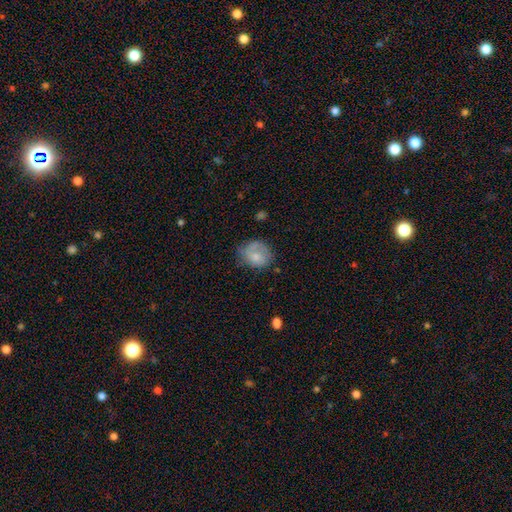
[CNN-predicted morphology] A smooth galaxy with no disk features (61%) that is round (60%).

Vote fractions:
- Smooth or featured? smooth: 61% / featured or disk: 32% / star or artifact: 8%
- How rounded? round: 60% / in between: 39% / cigar-shaped: 1%
- Merging? none: 56% / minor disturbance: 28% / major disturbance: 14% / merger: 2%